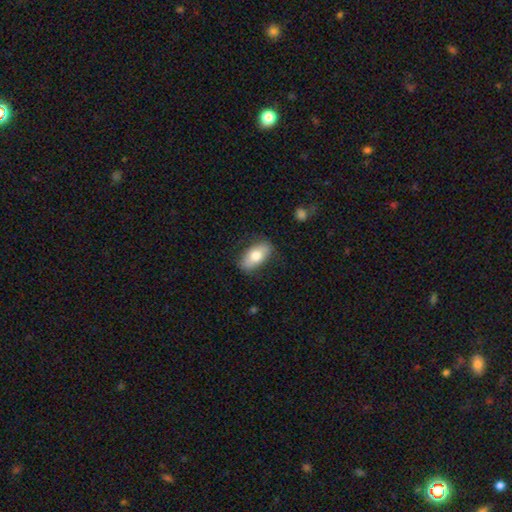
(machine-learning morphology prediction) Overall: smooth (74%). How rounded: in between (90%). Merging: none (82%).